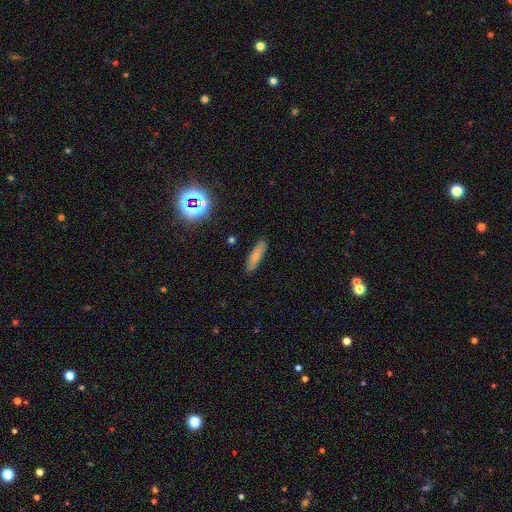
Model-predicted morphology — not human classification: Overall: smooth (75%). How rounded: cigar-shaped (71%). Merging: none (86%).